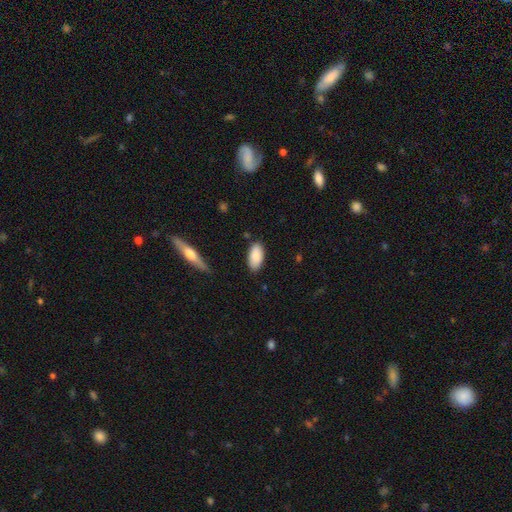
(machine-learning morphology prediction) Smooth or featured? Predicted: smooth (p=0.88). How rounded? Predicted: in between (p=0.93). Merging? Predicted: none (p=0.82).